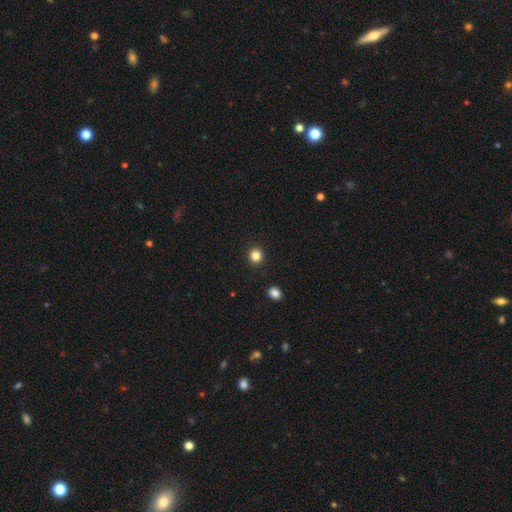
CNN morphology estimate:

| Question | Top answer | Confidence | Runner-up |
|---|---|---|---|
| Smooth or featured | smooth | 84% | star or artifact (12%) |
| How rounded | round | 91% | in between (8%) |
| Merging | none | 92% | minor disturbance (5%) |